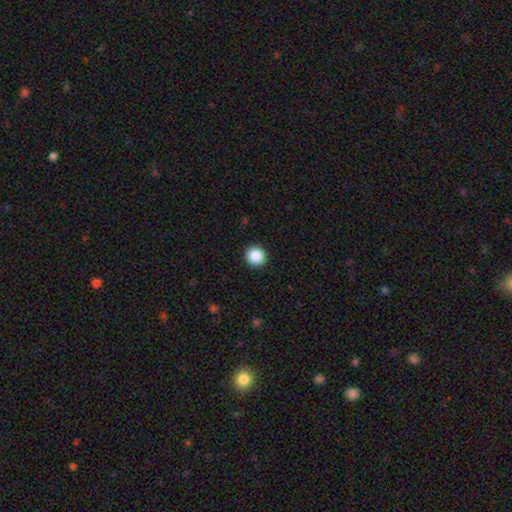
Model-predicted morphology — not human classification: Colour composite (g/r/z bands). It shows a smooth galaxy with no disk features (87%) that is round (94%). Merging: none (93%).